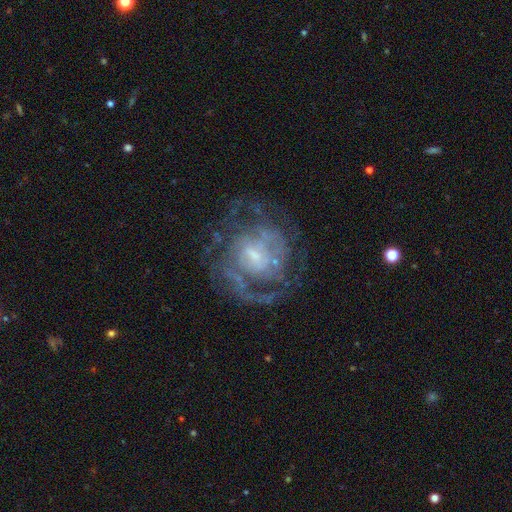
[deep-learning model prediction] Smooth or featured? featured or disk (83%)
Edge-on disk? no (98%)
Bar? weak (45%)
Spiral arms? yes (85%)
Spiral winding? tight (47%)
Spiral arm count? can't tell (39%)
Bulge size? small (50%)
Merging? none (64%)